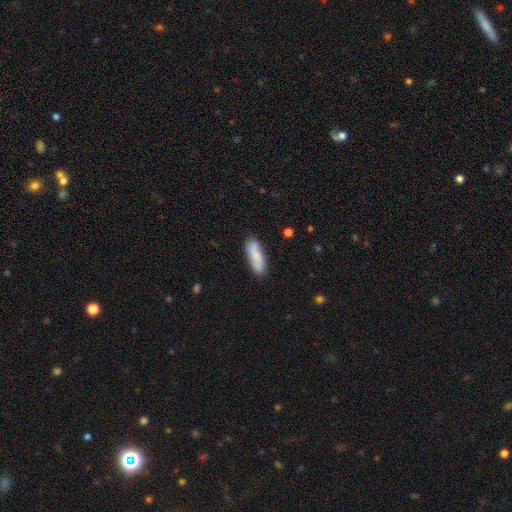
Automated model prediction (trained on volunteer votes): smooth 78%, featured or disk 16%, star or artifact 6%. Down the decision tree: how rounded — in between (53%); merging — none (81%).